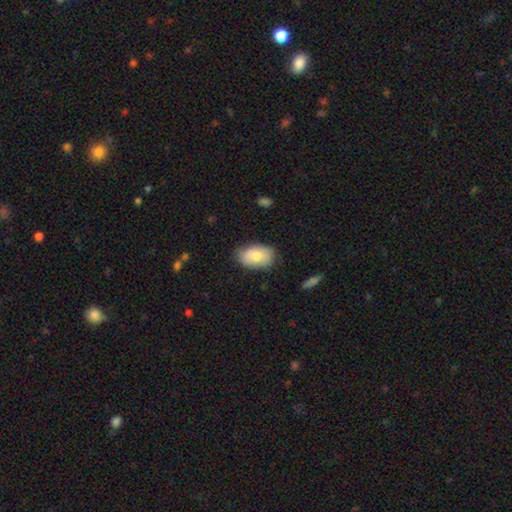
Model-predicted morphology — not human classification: The model was most divided on "merging": none: 78%, minor disturbance: 18%, major disturbance: 3%, merger: 1%. More confident: how rounded — in between (91%); smooth or featured — smooth (78%).